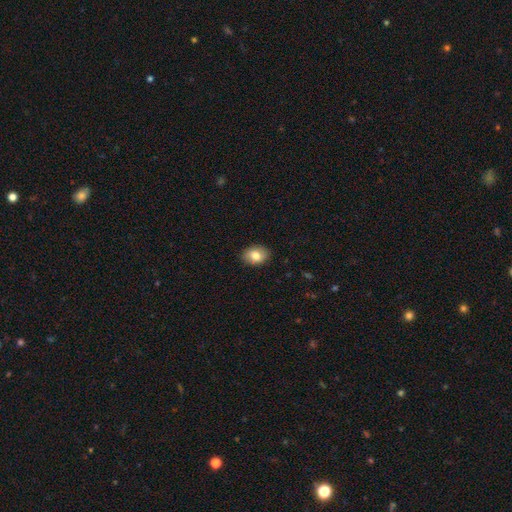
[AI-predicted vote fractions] smooth 80%, featured or disk 13%, star or artifact 8%. Down the decision tree: how rounded — in between (74%); merging — none (87%).